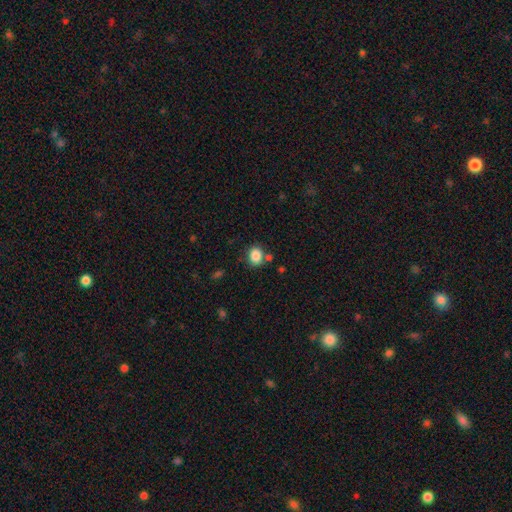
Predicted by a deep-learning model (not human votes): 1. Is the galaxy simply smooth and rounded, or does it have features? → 86% smooth, 9% star or artifact, 5% featured or disk.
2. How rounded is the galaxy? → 55% round, 44% in between, 1% cigar-shaped.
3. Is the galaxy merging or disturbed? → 74% none, 13% minor disturbance, 9% merger, 4% major disturbance.